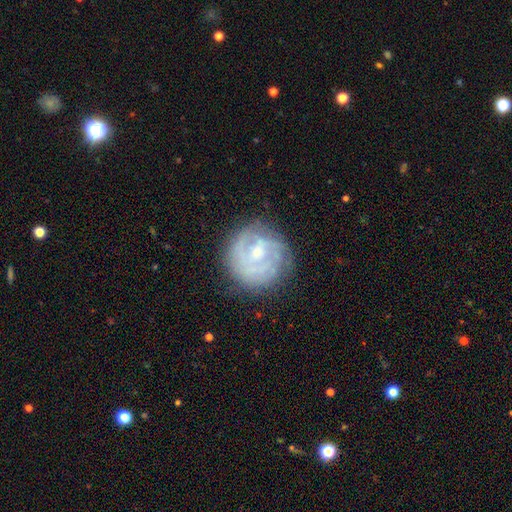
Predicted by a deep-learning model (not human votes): Smooth or featured? Predicted: featured or disk (p=0.71). Edge-on disk? Predicted: no (p=0.98). Bar? Predicted: no (p=0.54). Spiral arms? Predicted: yes (p=0.78). Spiral winding? Predicted: tight (p=0.64). Spiral arm count? Predicted: can't tell (p=0.46). Bulge size? Predicted: small (p=0.57). Merging? Predicted: none (p=0.74).